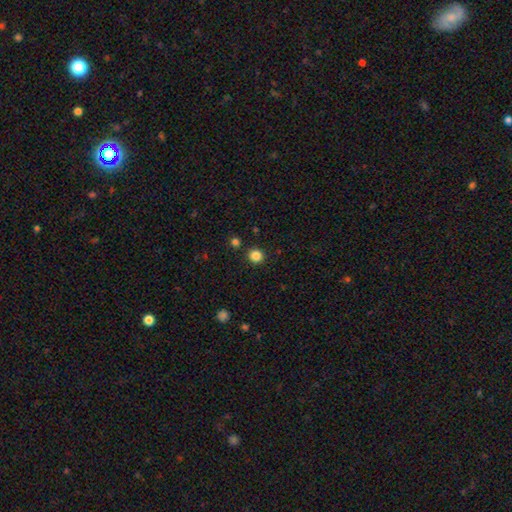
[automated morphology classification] smooth-or-featured: smooth: 85% | star or artifact: 12% | featured or disk: 3%
  how-rounded: round: 93% | in between: 6% | cigar-shaped: 1%
  merging: none: 91% | minor disturbance: 5% | merger: 3% | major disturbance: 2%